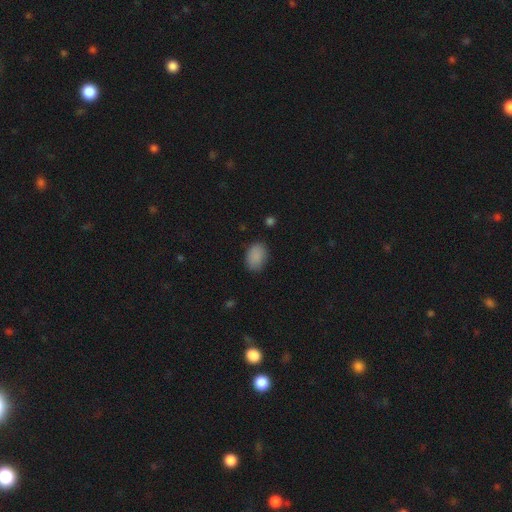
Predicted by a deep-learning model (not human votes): smooth 88%, star or artifact 9%, featured or disk 4%. Down the decision tree: how rounded — in between (82%); merging — none (83%).